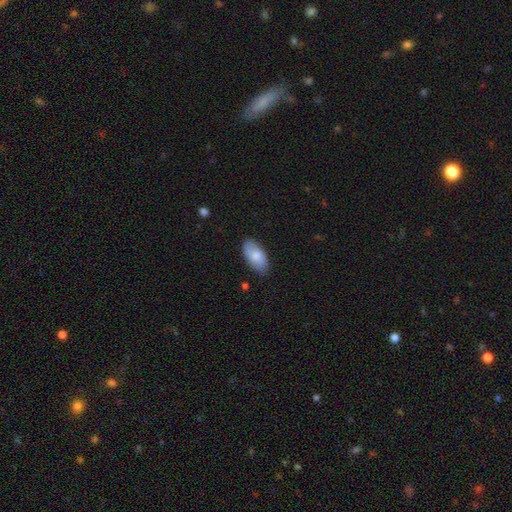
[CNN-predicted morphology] A smooth galaxy with no disk features (79%) that is in between round and cigar-shaped (94%).

Vote fractions:
- Smooth or featured? smooth: 79% / featured or disk: 16% / star or artifact: 6%
- How rounded? in between: 94% / cigar-shaped: 4% / round: 2%
- Merging? none: 81% / minor disturbance: 15% / major disturbance: 3% / merger: 1%